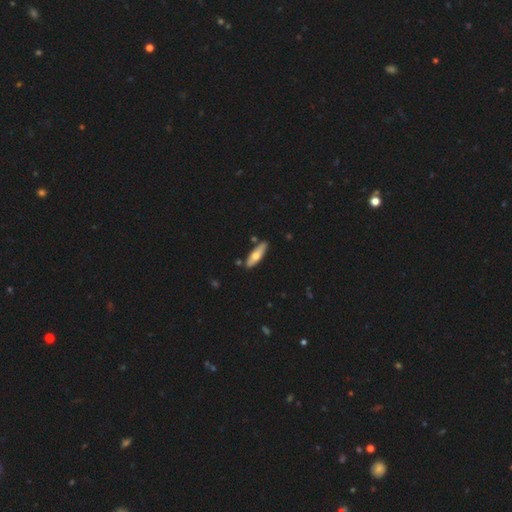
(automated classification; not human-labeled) Smooth or featured: smooth — 61% (featured or disk — 34%)
How rounded: cigar-shaped — 60% (in between — 38%)
Merging: none — 82% (minor disturbance — 12%)